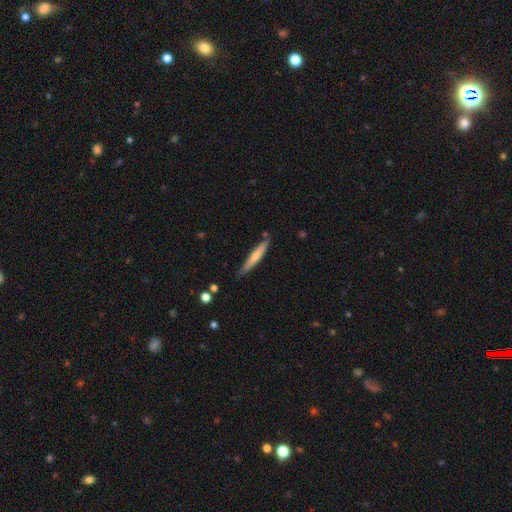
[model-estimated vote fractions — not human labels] smooth_or_featured: smooth (p=0.58) [alt: featured or disk p=0.37]
how_rounded: cigar-shaped (p=0.93) [alt: in between p=0.06]
merging: none (p=0.79) [alt: minor disturbance p=0.16]